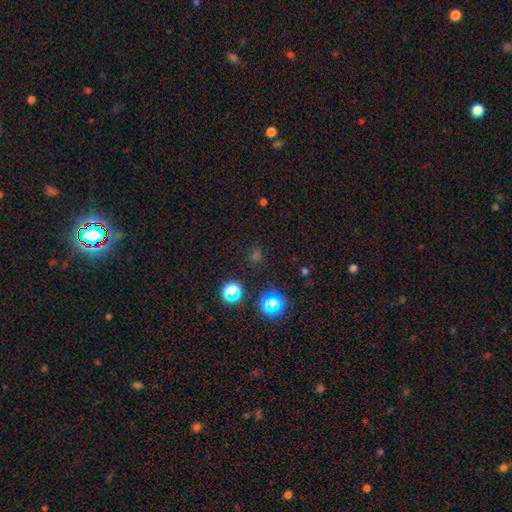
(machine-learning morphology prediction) Smooth or featured?
  - star or artifact: 50% *
  - smooth: 44%
  - featured or disk: 6%